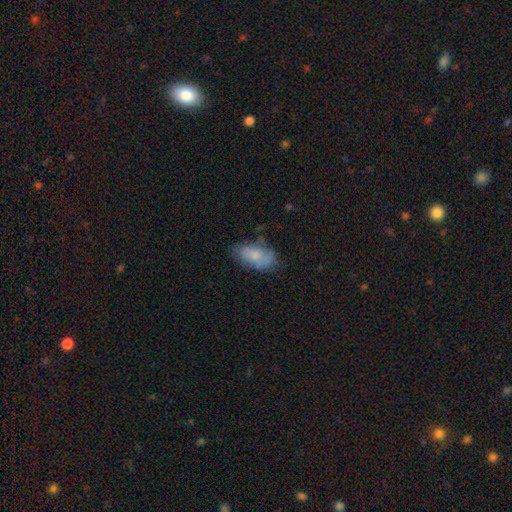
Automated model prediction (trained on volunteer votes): Smooth or featured: smooth — 71% (featured or disk — 21%)
How rounded: in between — 91% (cigar-shaped — 5%)
Merging: none — 58% (minor disturbance — 28%)